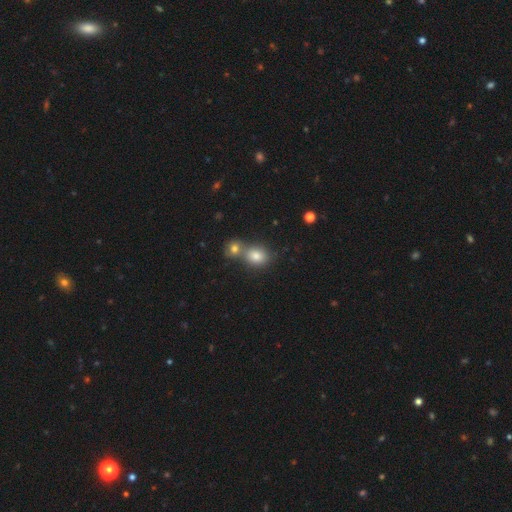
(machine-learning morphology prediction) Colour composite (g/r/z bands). It shows a smooth galaxy with no disk features (79%) that is round (55%). Merging: none (45%, tied with merger).